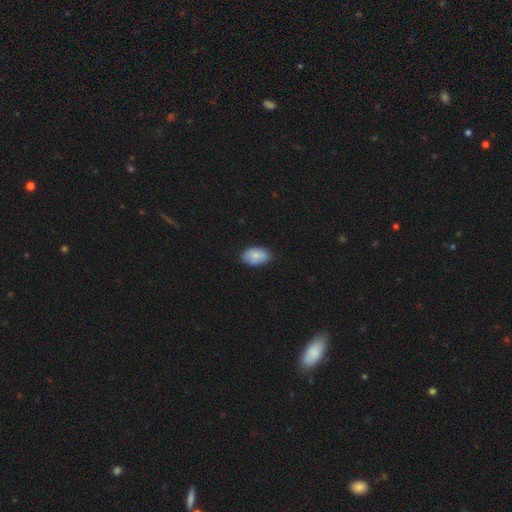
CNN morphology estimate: smooth-or-featured: smooth: 80% | featured or disk: 14% | star or artifact: 7%
  how-rounded: in between: 92% | round: 6% | cigar-shaped: 1%
  merging: none: 80% | minor disturbance: 17% | major disturbance: 3% | merger: 1%